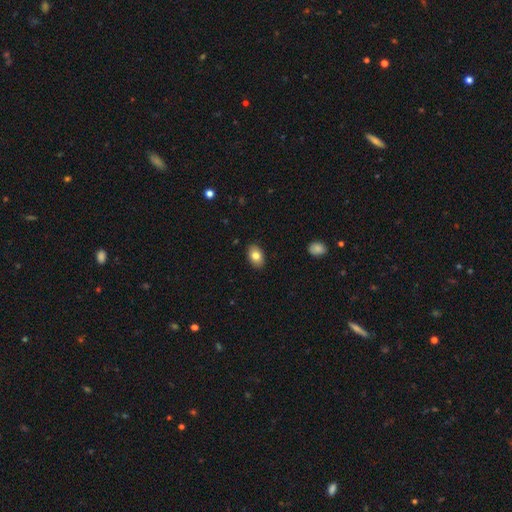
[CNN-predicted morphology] The model was most divided on "smooth or featured": smooth: 81%, featured or disk: 12%, star or artifact: 8%. More confident: merging — none (88%); how rounded — in between (86%).